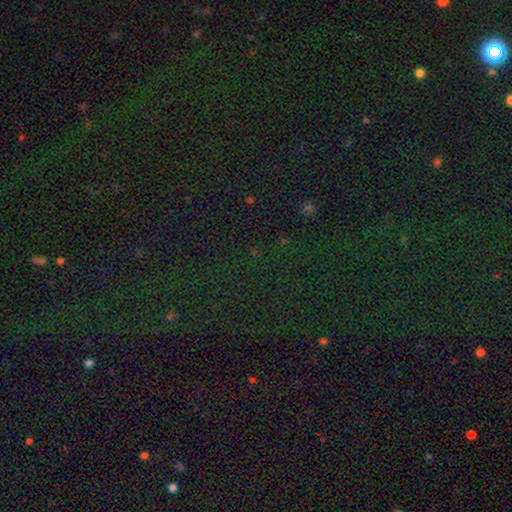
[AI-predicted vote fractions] A star or artifact, not a galaxy (77%).